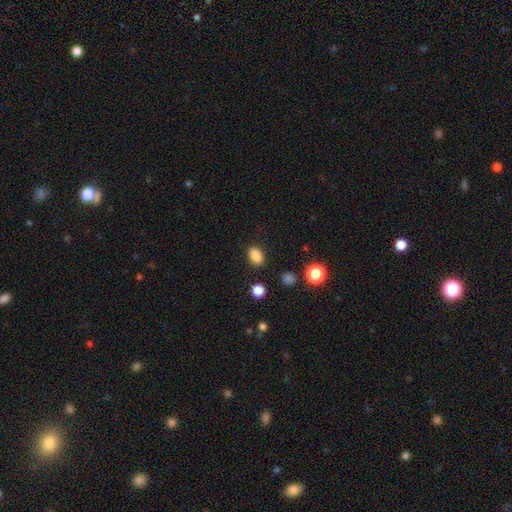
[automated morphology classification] smooth_or_featured: smooth (p=0.85) [alt: star or artifact p=0.10]
how_rounded: in between (p=0.80) [alt: round p=0.19]
merging: none (p=0.87) [alt: minor disturbance p=0.09]